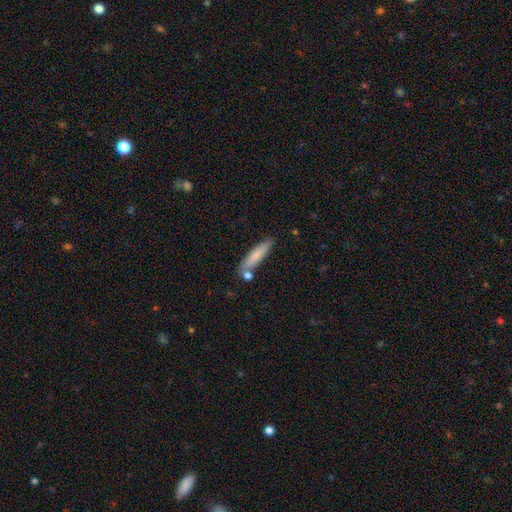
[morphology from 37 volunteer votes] smooth-or-featured: smooth: 70% | featured or disk: 22% | star or artifact: 8%
  how-rounded: cigar-shaped: 92% | in between: 8% | round: 0%
  merging: none: 74% | minor disturbance: 18% | merger: 6% | major disturbance: 3%